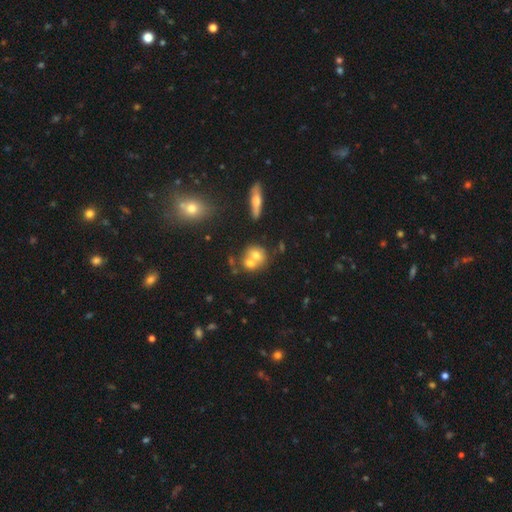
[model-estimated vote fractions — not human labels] smooth 63%, featured or disk 26%, star or artifact 11%. Down the decision tree: how rounded — round (66%); merging — merger (58%).